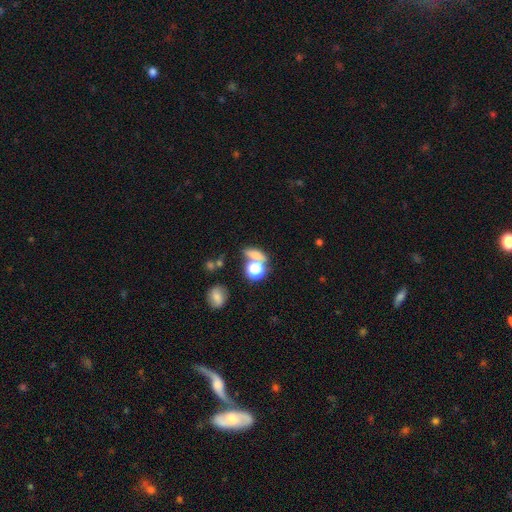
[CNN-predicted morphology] Smooth or featured? Predicted: smooth (p=0.63). How rounded? Predicted: round (p=0.40). Merging? Predicted: none (p=0.60).